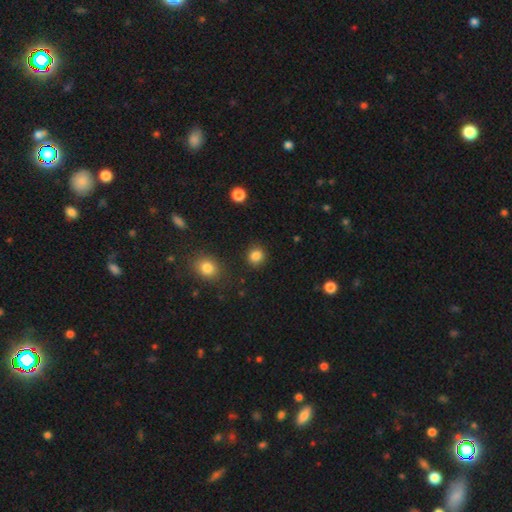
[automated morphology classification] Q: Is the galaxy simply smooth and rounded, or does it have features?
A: smooth — 85%.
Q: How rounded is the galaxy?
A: round — 86%.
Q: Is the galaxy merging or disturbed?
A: none — 89%.